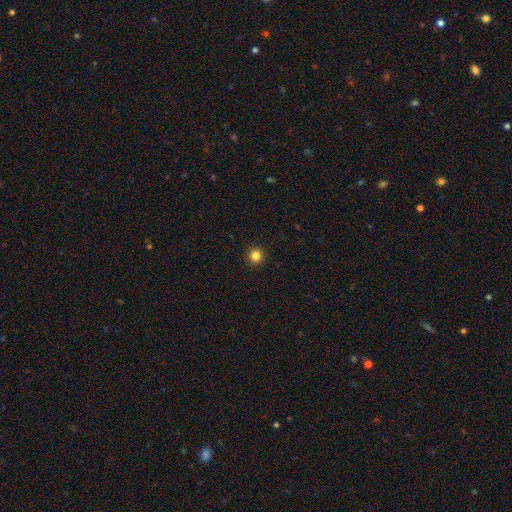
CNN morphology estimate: Q: Smooth or featured?
A: smooth (84%); runner-up: star or artifact (12%)
Q: How rounded?
A: round (96%); runner-up: in between (3%)
Q: Merging?
A: none (94%); runner-up: minor disturbance (4%)